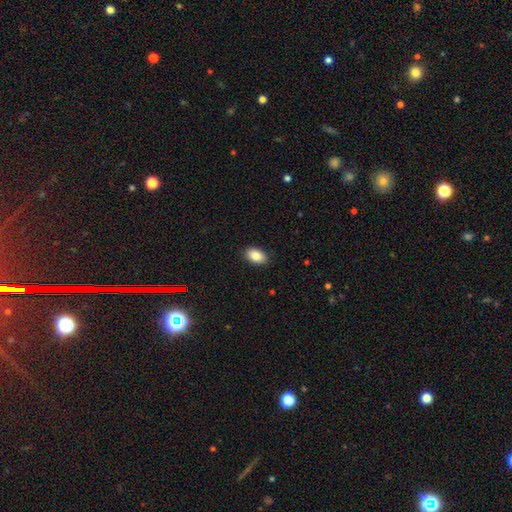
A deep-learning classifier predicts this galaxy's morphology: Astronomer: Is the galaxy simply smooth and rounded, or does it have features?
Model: smooth — 86%.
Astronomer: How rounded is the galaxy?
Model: in between — 91%.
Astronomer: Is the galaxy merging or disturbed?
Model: none — 89%.